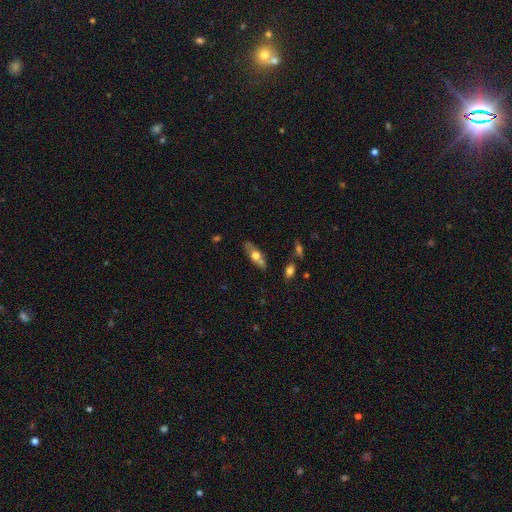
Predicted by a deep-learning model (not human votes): Q: Smooth or featured?
A: smooth (51%); runner-up: featured or disk (42%)
Q: How rounded?
A: in between (63%); runner-up: cigar-shaped (31%)
Q: Merging?
A: none (65%); runner-up: minor disturbance (16%)